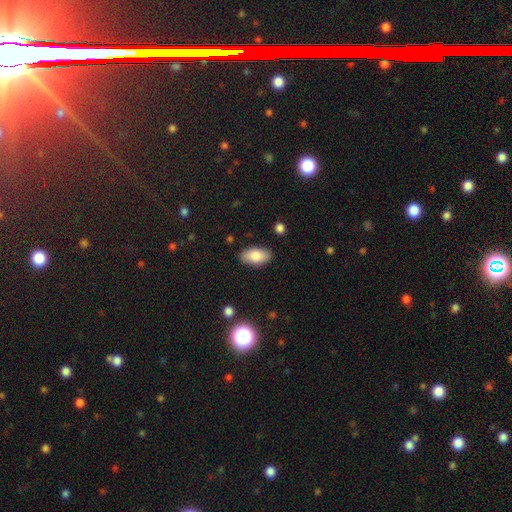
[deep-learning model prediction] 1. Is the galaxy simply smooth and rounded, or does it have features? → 84% smooth, 9% featured or disk, 7% star or artifact.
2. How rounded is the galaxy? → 93% in between, 3% cigar-shaped, 3% round.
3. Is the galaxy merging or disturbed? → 86% none, 11% minor disturbance, 2% major disturbance, 1% merger.